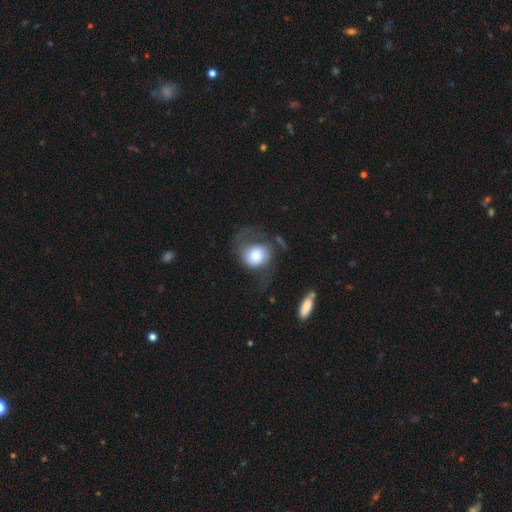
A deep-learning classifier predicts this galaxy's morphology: Q: Smooth or featured?
A: smooth (61%); runner-up: featured or disk (31%)
Q: How rounded?
A: round (68%); runner-up: in between (31%)
Q: Merging?
A: major disturbance (40%); runner-up: none (33%)